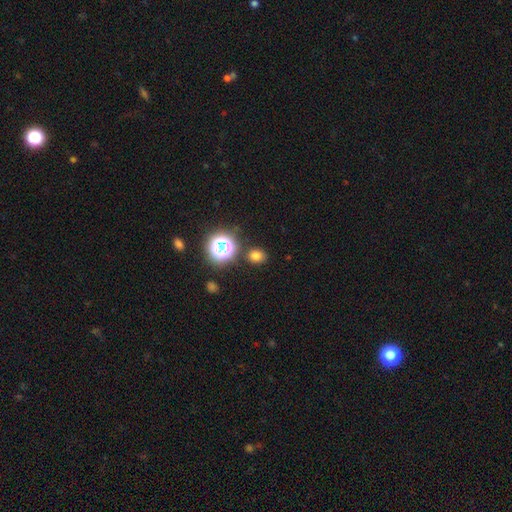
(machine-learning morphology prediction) This is likely a smooth galaxy (72%). How rounded: likely round (64%). Merging: clearly none (84%).